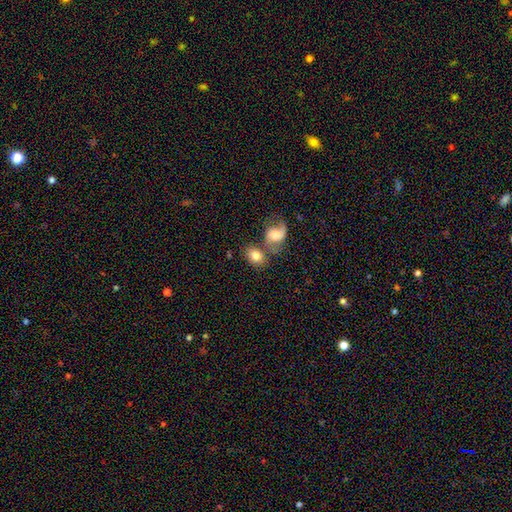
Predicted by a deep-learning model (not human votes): smooth_or_featured: smooth (p=0.74) [alt: featured or disk p=0.18]
how_rounded: in between (p=0.62) [alt: round p=0.36]
merging: none (p=0.49) [alt: merger p=0.33]